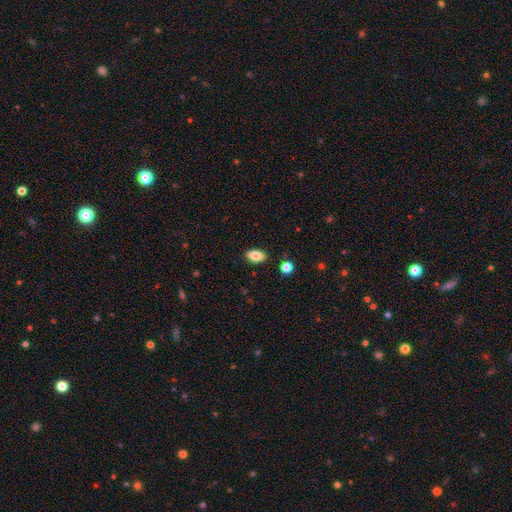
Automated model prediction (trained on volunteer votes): This is clearly a smooth galaxy (82%). How rounded: clearly in between (92%). Merging: clearly none (88%).